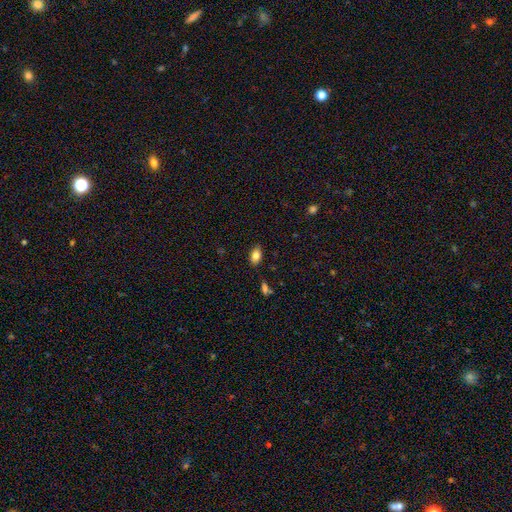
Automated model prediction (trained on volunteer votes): Smooth or featured: smooth — 83% (star or artifact — 9%)
How rounded: in between — 88% (round — 9%)
Merging: none — 85% (minor disturbance — 10%)